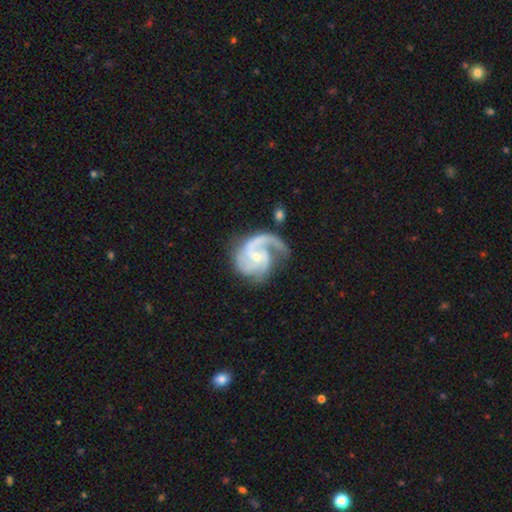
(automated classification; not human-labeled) A featured or disk galaxy (90%) with no bar (57%), 2 (39%) medium (51%) spiral arms (98%) and a small central bulge (63%).

Vote fractions:
- Smooth or featured? featured or disk: 90% / smooth: 5% / star or artifact: 4%
- Edge-on disk? no: 98% / yes: 2%
- Bar? no: 57% / weak: 34% / strong: 9%
- Spiral arms? yes: 98% / no: 2%
- Spiral winding? medium: 51% / tight: 31% / loose: 17%
- Spiral arm count? 2: 39% / 3: 34% / 1: 13% / can't tell: 7% / 4: 4% / more than 4: 3%
- Bulge size? small: 63% / moderate: 33% / none: 2% / large: 1% / dominant: 1%
- Merging? none: 52% / minor disturbance: 23% / major disturbance: 22% / merger: 3%